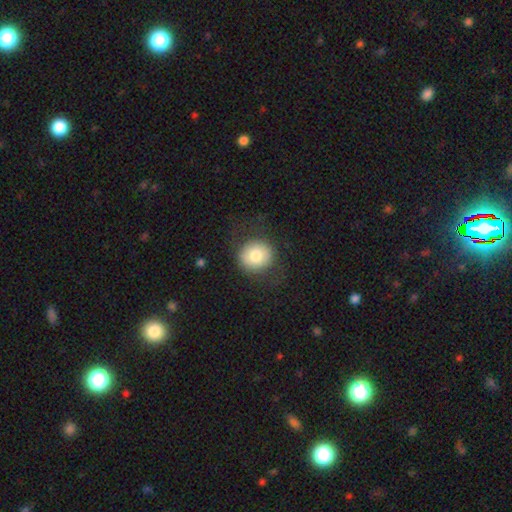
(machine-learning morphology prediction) This appears to be a smooth galaxy with no disk features (76%) that is round (90%). Merging: none (79%).